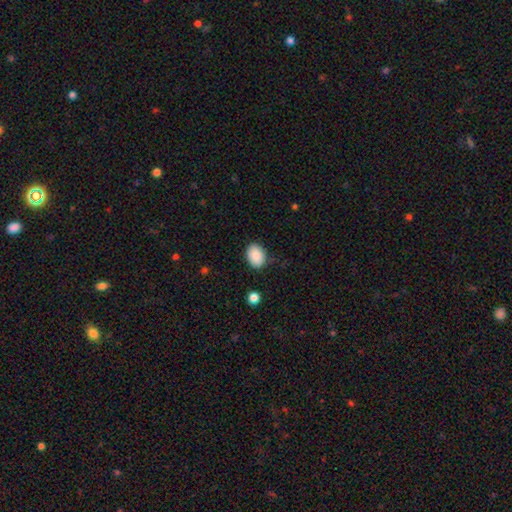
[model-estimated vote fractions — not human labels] Overall: smooth (89%). How rounded: in between (77%). Merging: none (81%).